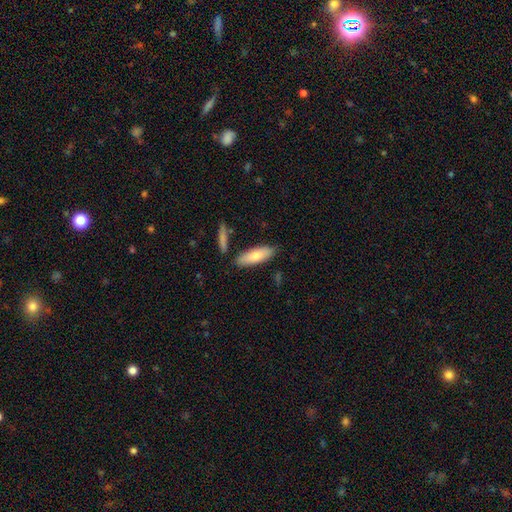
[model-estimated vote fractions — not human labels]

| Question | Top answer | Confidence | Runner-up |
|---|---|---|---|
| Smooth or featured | smooth | 78% | featured or disk (17%) |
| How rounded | in between | 58% | cigar-shaped (40%) |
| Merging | none | 81% | minor disturbance (12%) |